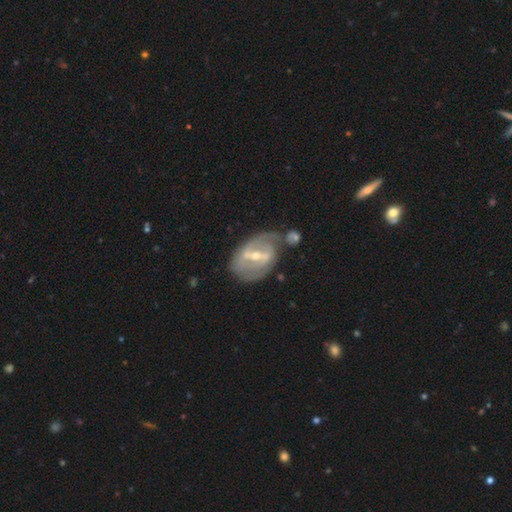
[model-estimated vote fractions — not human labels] This is clearly a featured or disk galaxy (83%). It is clearly not viewed edge-on (94%). Bar: likely strong (60%). Spiral arm pattern: likely yes (79%). Spiral arm count: likely 2 (66%). Spiral winding: marginally tight (41%). Central bulge: possibly small (49%). Merging: possibly none (51%).